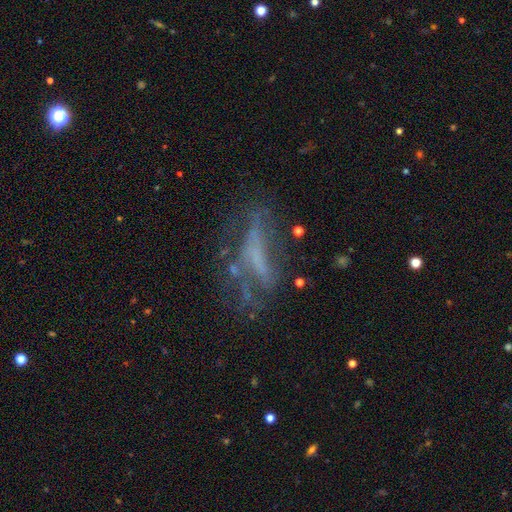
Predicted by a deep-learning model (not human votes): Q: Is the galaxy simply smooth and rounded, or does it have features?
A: featured or disk — 56%.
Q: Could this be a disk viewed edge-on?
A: no — 79%.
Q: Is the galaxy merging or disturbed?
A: none — 43%.